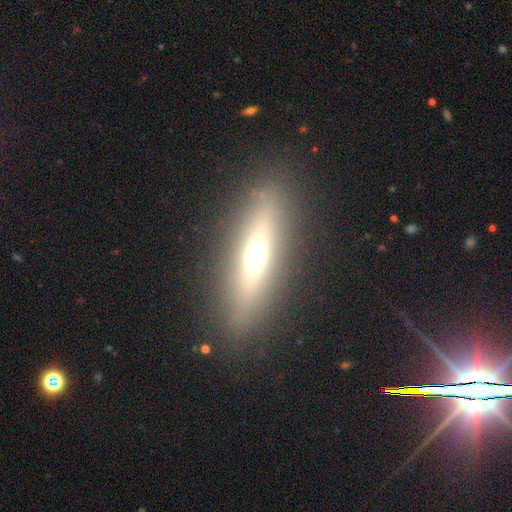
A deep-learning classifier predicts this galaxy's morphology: type=featured or disk (45%); merging=none (86%).